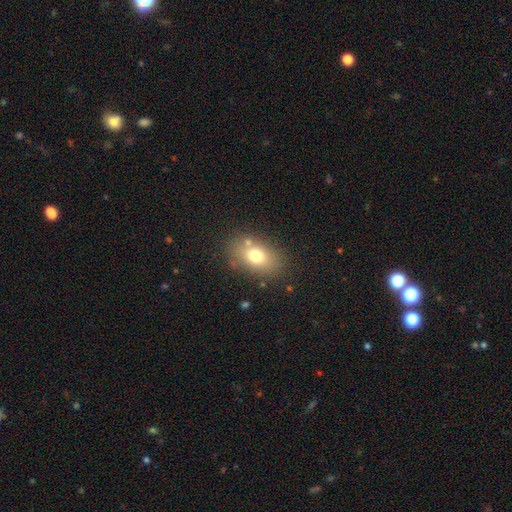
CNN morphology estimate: Overall: smooth (74%). How rounded: in between (80%). Merging: none (77%).